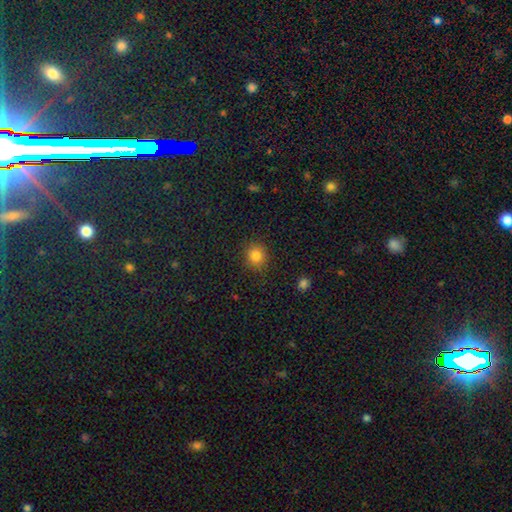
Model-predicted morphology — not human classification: Smooth or featured?
  - smooth: 83% *
  - star or artifact: 12%
  - featured or disk: 5%
How rounded?
  - round: 87% *
  - in between: 12%
  - cigar-shaped: 1%
Merging?
  - none: 87% *
  - minor disturbance: 9%
  - major disturbance: 3%
  - merger: 1%